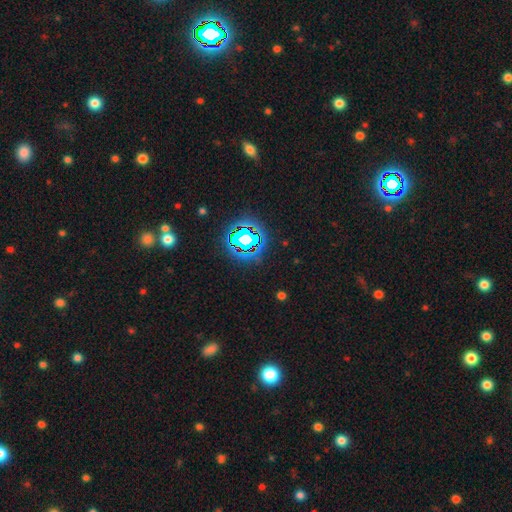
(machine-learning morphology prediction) The model was most divided on "smooth or featured": star or artifact: 80%, smooth: 13%, featured or disk: 8%.